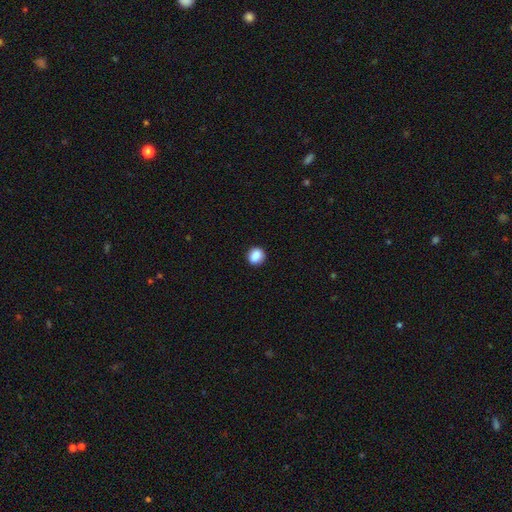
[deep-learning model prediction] Q: Smooth or featured?
A: smooth (87%); runner-up: star or artifact (9%)
Q: How rounded?
A: round (68%); runner-up: in between (31%)
Q: Merging?
A: none (89%); runner-up: minor disturbance (8%)